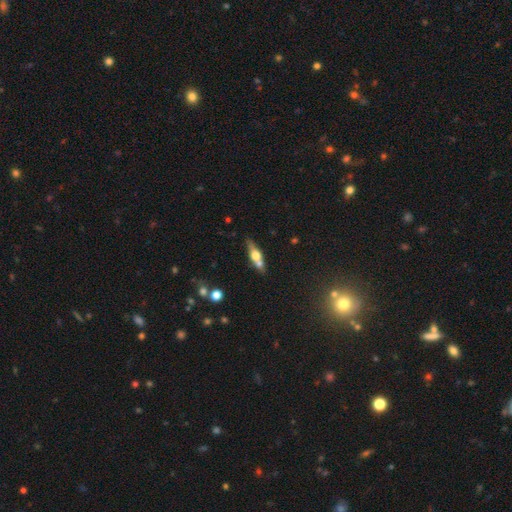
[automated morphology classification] Smooth or featured? Predicted: featured or disk (p=0.51). Edge-on disk? Predicted: yes (p=0.84). Merging? Predicted: none (p=0.57).